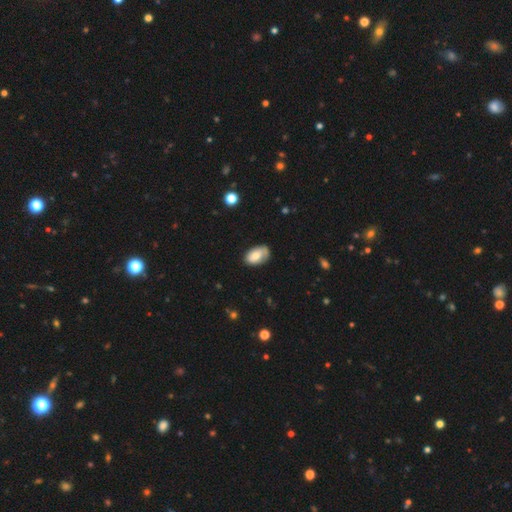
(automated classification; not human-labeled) A smooth galaxy with no disk features (68%) that is in between round and cigar-shaped (90%).

Vote fractions:
- Smooth or featured? smooth: 68% / featured or disk: 25% / star or artifact: 7%
- How rounded? in between: 90% / round: 8% / cigar-shaped: 1%
- Merging? none: 65% / minor disturbance: 27% / major disturbance: 6% / merger: 2%